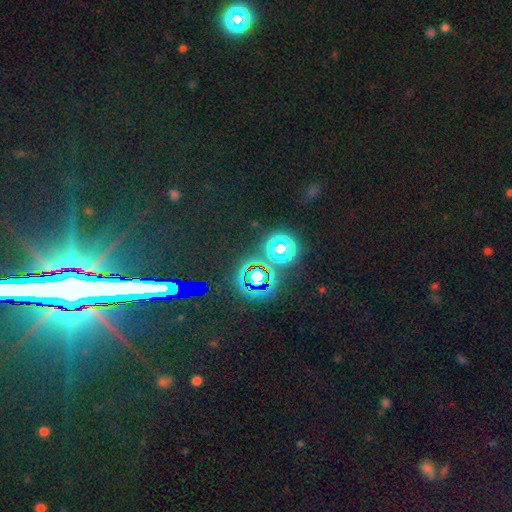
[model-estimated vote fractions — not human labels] This is likely a star or artifact rather than a galaxy (75%).